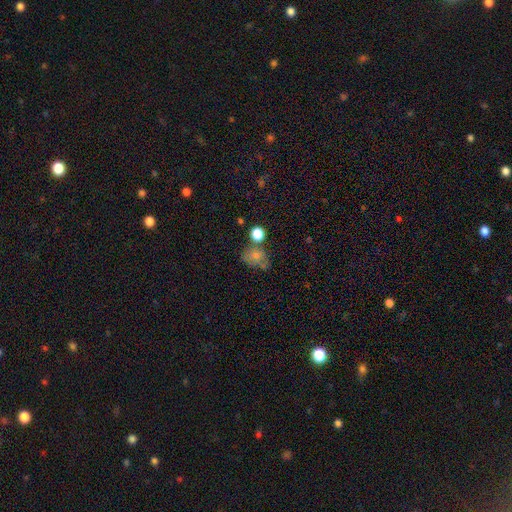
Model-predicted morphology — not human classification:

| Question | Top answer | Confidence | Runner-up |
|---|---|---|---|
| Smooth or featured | smooth | 71% | featured or disk (16%) |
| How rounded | in between | 54% | round (44%) |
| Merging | none | 40% | merger (23%) |